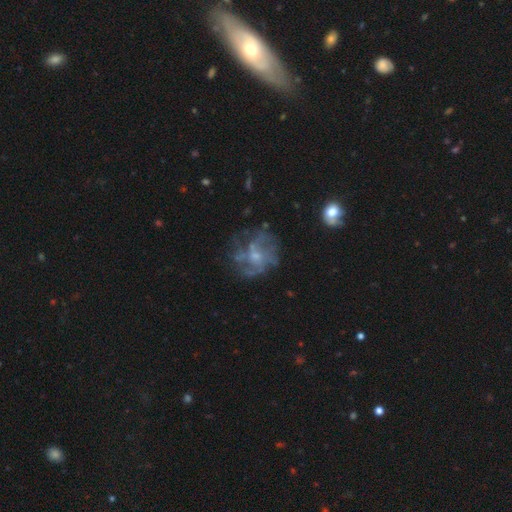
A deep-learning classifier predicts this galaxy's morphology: Smooth or featured? Predicted: featured or disk (p=0.73). Edge-on disk? Predicted: no (p=0.98). Bar? Predicted: no (p=0.76). Spiral arms? Predicted: yes (p=0.66). Bulge size? Predicted: small (p=0.51). Merging? Predicted: none (p=0.57).